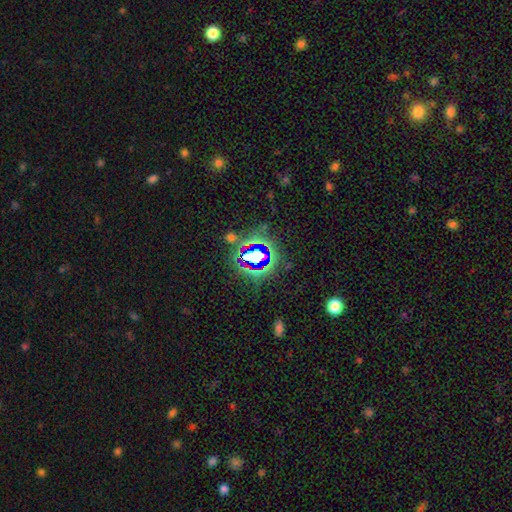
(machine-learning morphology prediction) The model was most divided on "smooth or featured": star or artifact: 73%, smooth: 16%, featured or disk: 11%.